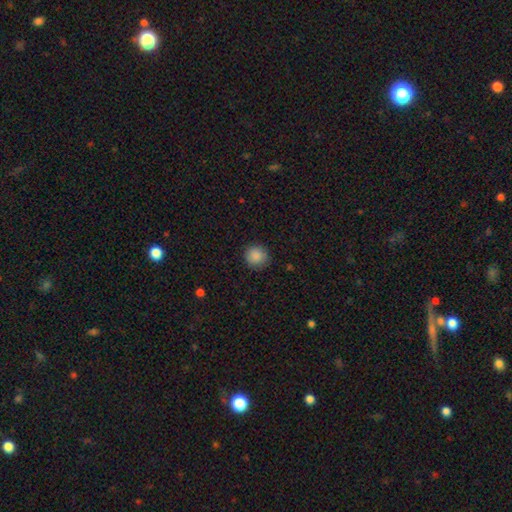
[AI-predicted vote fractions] The model was most divided on "merging": none: 87%, minor disturbance: 9%, major disturbance: 3%, merger: 1%. More confident: how rounded — round (92%); smooth or featured — smooth (88%).